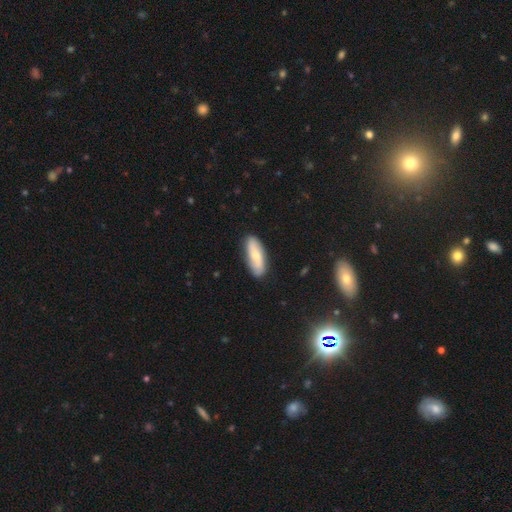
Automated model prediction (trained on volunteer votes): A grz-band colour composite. It shows a smooth galaxy with no disk features (56%) that is in between round and cigar-shaped (66%). Merging: none (83%).